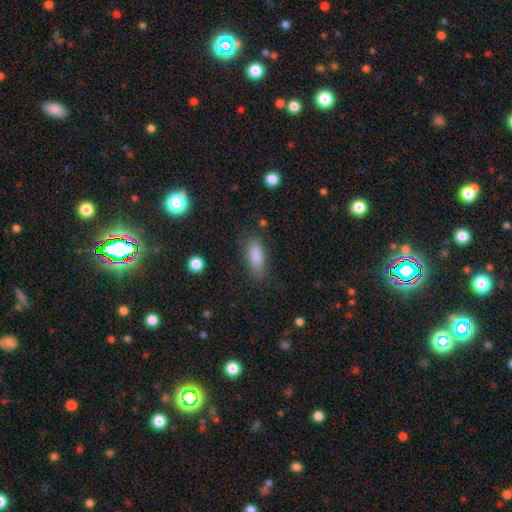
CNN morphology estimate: This appears to be a smooth galaxy with no disk features (82%) that is in between round and cigar-shaped (71%). Merging: none (80%).